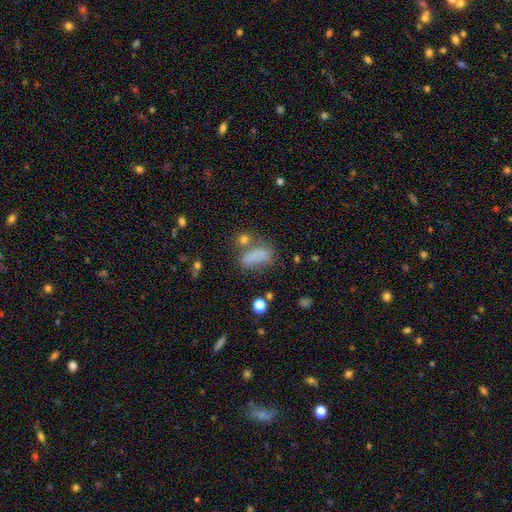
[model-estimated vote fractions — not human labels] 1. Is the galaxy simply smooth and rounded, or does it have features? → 74% smooth, 14% star or artifact, 13% featured or disk.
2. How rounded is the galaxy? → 71% in between, 21% cigar-shaped, 8% round.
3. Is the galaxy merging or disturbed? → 43% none, 22% minor disturbance, 19% merger, 16% major disturbance.